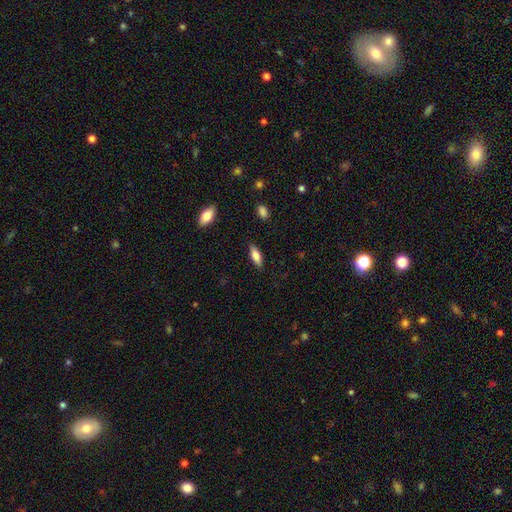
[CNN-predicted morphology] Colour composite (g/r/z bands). It shows a smooth galaxy with no disk features (70%) that is in between round and cigar-shaped (62%). Merging: none (85%).